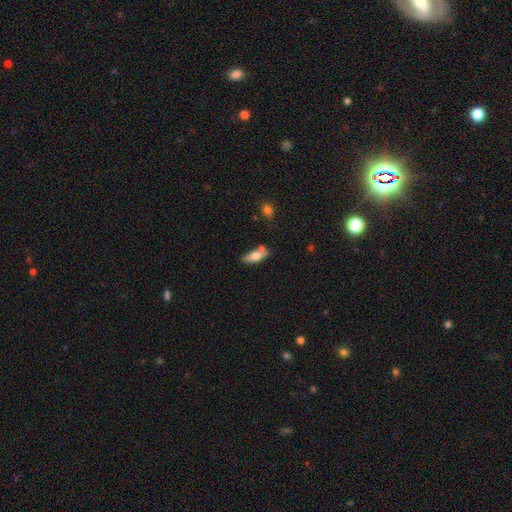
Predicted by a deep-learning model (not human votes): smooth_or_featured: smooth (p=0.66) [alt: featured or disk p=0.28]
how_rounded: in between (p=0.75) [alt: cigar-shaped p=0.22]
merging: none (p=0.63) [alt: minor disturbance p=0.17]